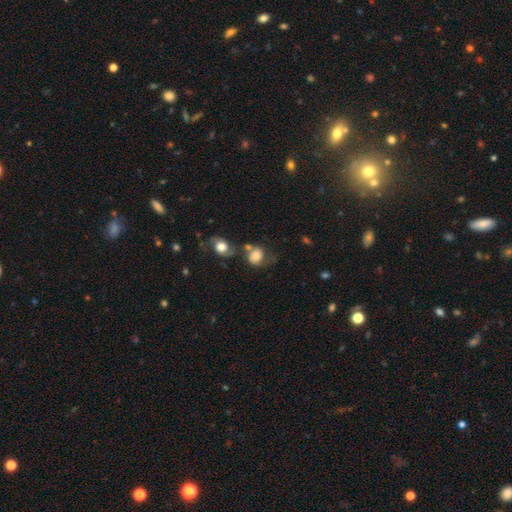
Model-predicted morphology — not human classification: The model was most divided on "merging": none: 35%, merger: 28%, minor disturbance: 21%, major disturbance: 16%. More confident: smooth or featured — smooth (69%); how rounded — round (56%).